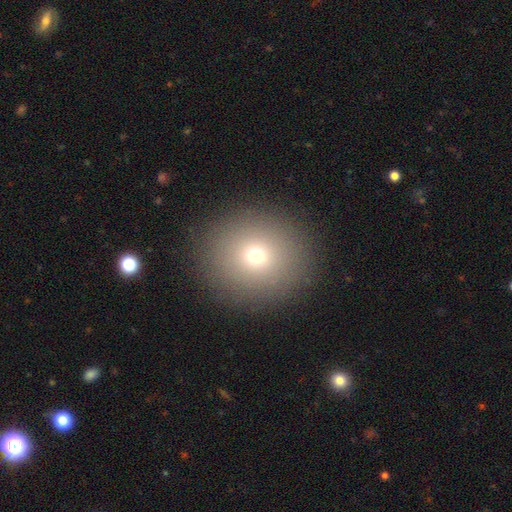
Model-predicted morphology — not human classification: This is likely a smooth galaxy (71%). How rounded: clearly round (87%). Merging: clearly none (90%).